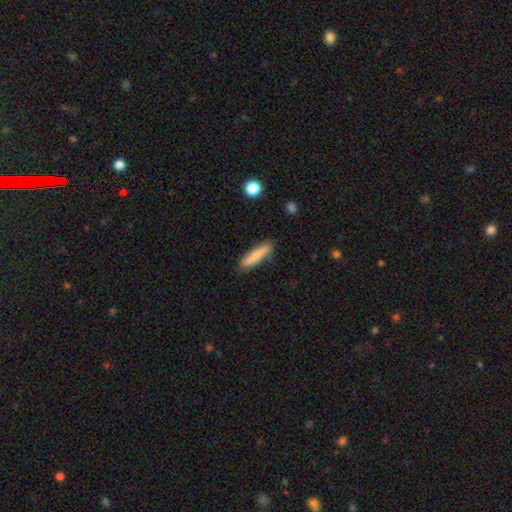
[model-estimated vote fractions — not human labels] Smooth or featured? smooth (73%)
How rounded? cigar-shaped (83%)
Merging? none (80%)